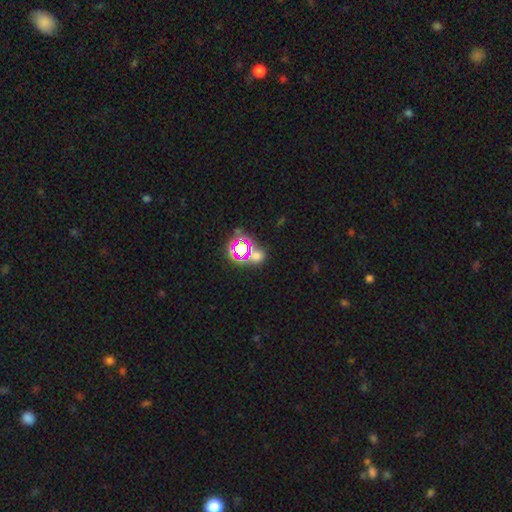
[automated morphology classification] smooth-or-featured: star or artifact: 52% | smooth: 38% | featured or disk: 10%